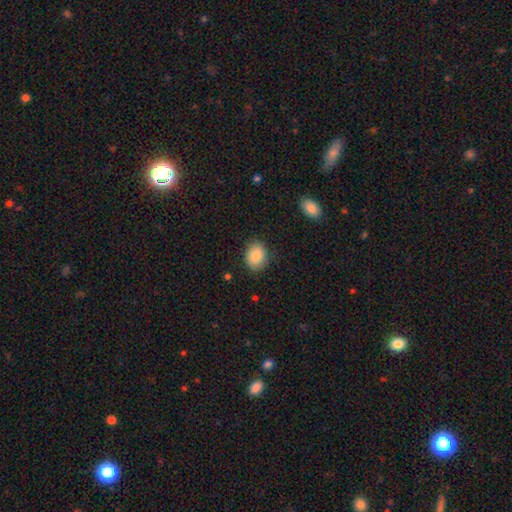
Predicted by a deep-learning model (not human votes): Morphology: type=smooth (85%); roundness=in between (58%); merging=none (83%).